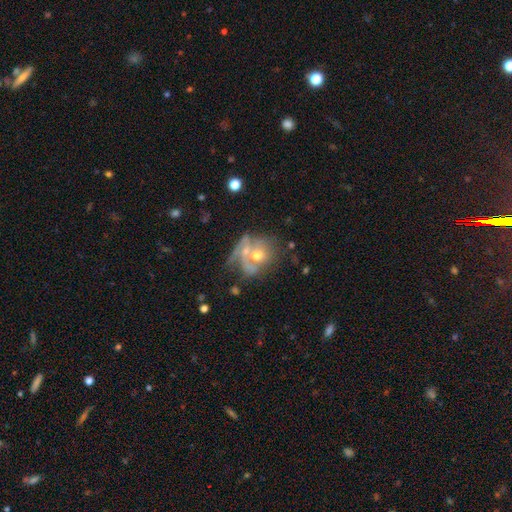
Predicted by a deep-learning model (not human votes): Morphology: type=featured or disk (45%, tied with smooth); merging=merger (46%).